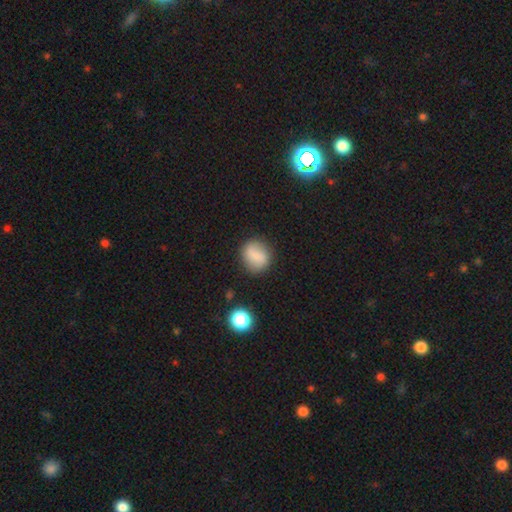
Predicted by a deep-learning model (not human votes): smooth 71%, featured or disk 20%, star or artifact 9%. Down the decision tree: how rounded — round (75%); merging — none (78%).